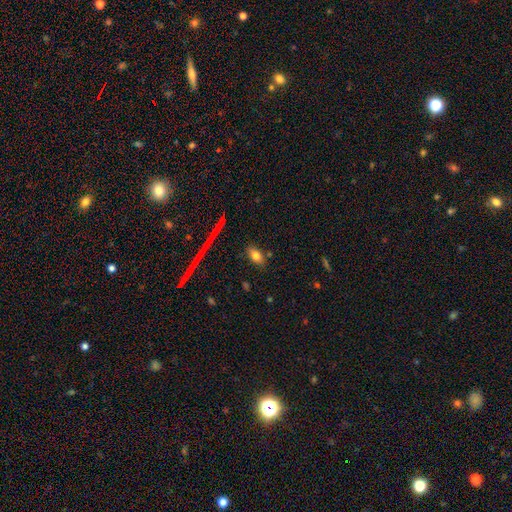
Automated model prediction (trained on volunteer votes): smooth 77%, featured or disk 13%, star or artifact 10%. Down the decision tree: how rounded — in between (87%); merging — none (83%).